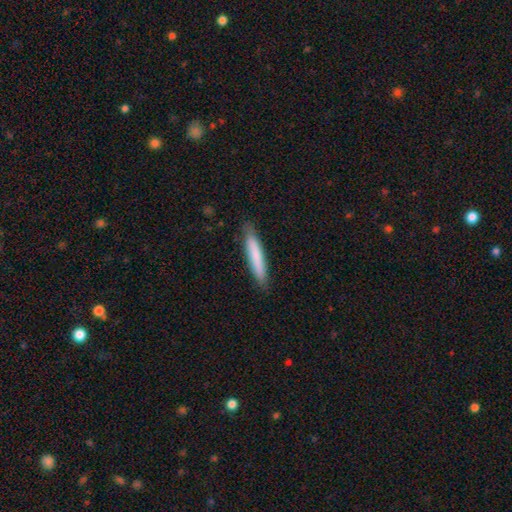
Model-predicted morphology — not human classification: smooth_or_featured: smooth (p=0.77) [alt: featured or disk p=0.17]
how_rounded: cigar-shaped (p=0.92) [alt: in between p=0.07]
merging: none (p=0.87) [alt: minor disturbance p=0.10]